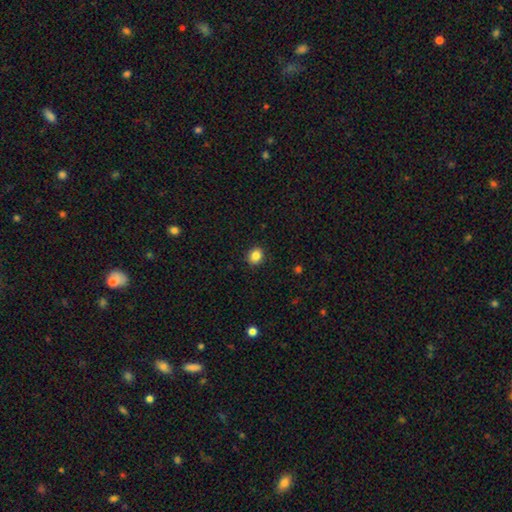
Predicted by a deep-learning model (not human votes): smooth 85%, star or artifact 10%, featured or disk 4%. Down the decision tree: how rounded — round (73%); merging — none (91%).